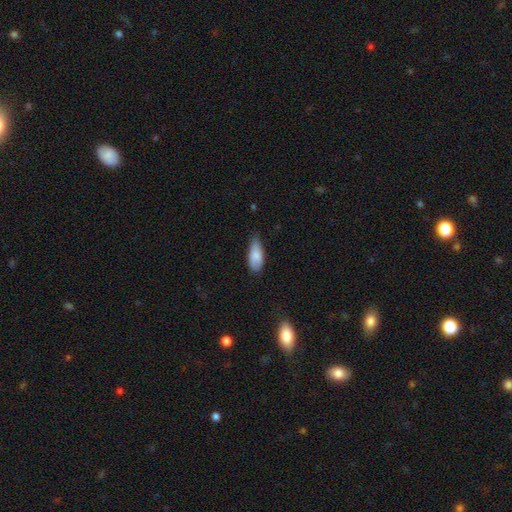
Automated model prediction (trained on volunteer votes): Overall: smooth (84%). How rounded: in between (82%). Merging: none (56%; minor disturbance 37%).